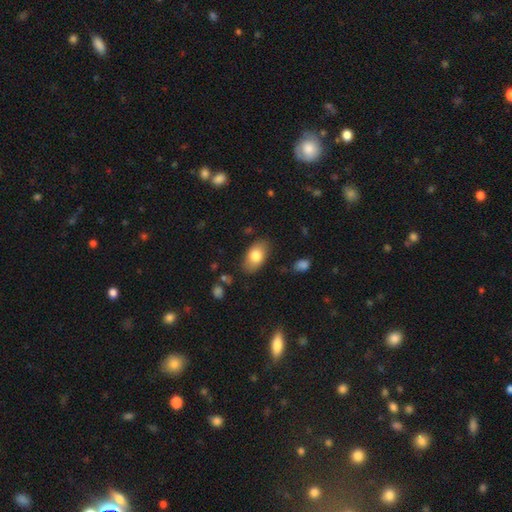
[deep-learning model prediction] Overall: smooth (78%). How rounded: in between (92%). Merging: none (83%).